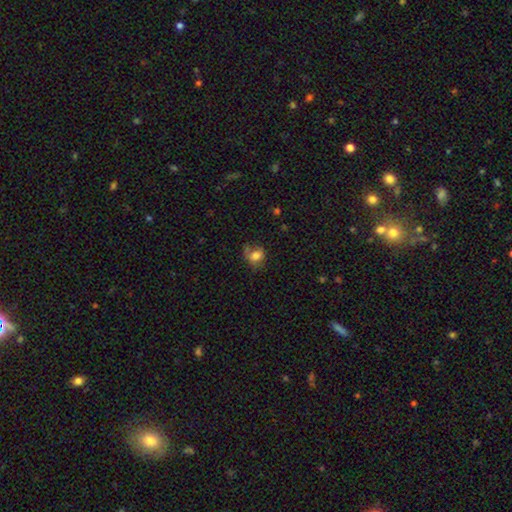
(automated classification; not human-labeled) Overall: smooth (77%). How rounded: round (58%; in between 41%). Merging: none (46%; minor disturbance 30%).